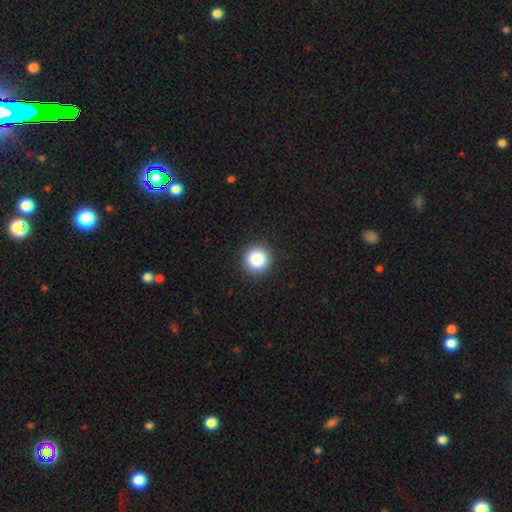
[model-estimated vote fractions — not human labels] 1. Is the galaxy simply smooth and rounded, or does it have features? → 86% smooth, 10% star or artifact, 4% featured or disk.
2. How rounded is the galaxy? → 95% round, 4% in between, 1% cigar-shaped.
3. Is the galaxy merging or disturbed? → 92% none, 5% minor disturbance, 2% major disturbance, 1% merger.